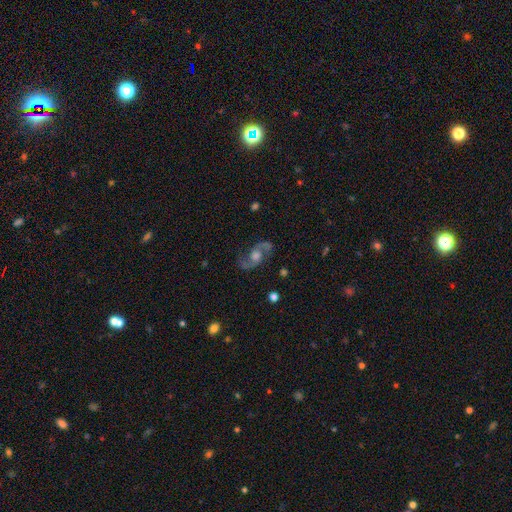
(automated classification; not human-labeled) smooth-or-featured: featured or disk: 86% | star or artifact: 7% | smooth: 7%
  disk-edge-on: no: 96% | yes: 4%
    bar: no: 61% | weak: 33% | strong: 7%
    has-spiral-arms: yes: 96% | no: 4%
      spiral-winding: loose: 48% | medium: 44% | tight: 8%
      spiral-arm-count: 2: 94% | can't tell: 2% | 1: 1% | 3: 1% | 4: 1% | more than 4: 1%
    bulge-size: moderate: 47% | large: 31% | small: 13% | none: 6% | dominant: 3%
  merging: none: 79% | minor disturbance: 12% | major disturbance: 7% | merger: 2%